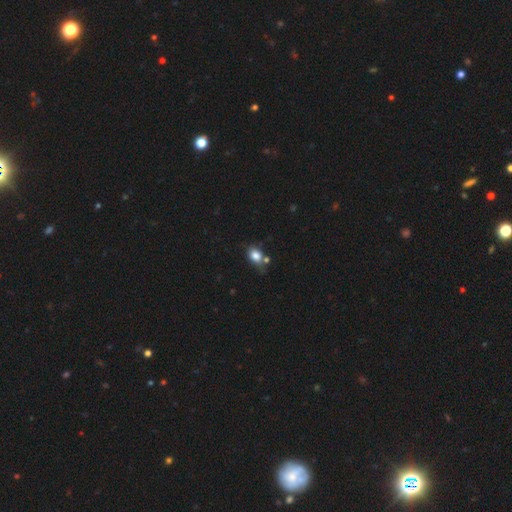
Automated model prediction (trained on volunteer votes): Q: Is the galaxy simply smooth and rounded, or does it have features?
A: smooth — 82%.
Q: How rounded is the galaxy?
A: in between — 66%.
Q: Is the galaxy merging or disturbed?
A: none — 56%.